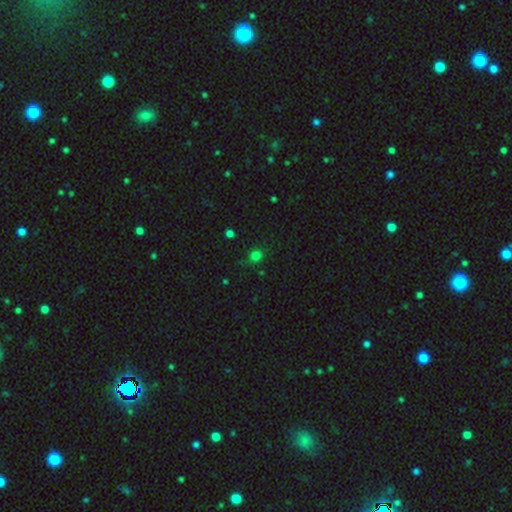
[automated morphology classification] A smooth galaxy with no disk features (76%) that is round (88%). Merging: none (81%).